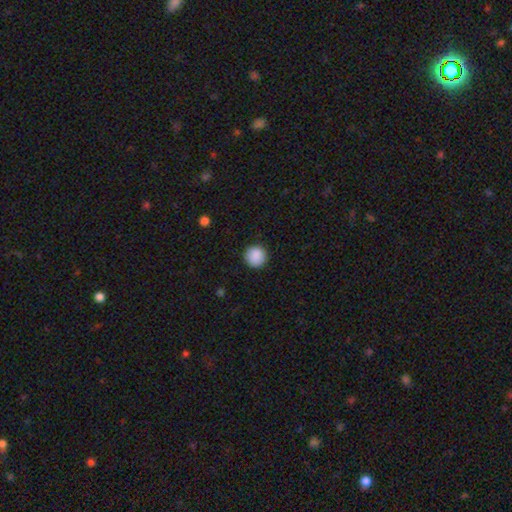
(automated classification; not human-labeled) smooth 89%, star or artifact 8%, featured or disk 3%. Down the decision tree: how rounded — round (95%); merging — none (91%).